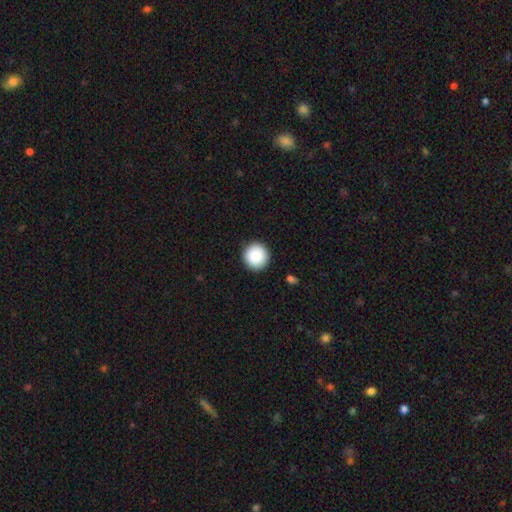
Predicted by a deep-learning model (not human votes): smooth-or-featured: smooth: 87% | star or artifact: 8% | featured or disk: 5%
  how-rounded: round: 95% | in between: 4% | cigar-shaped: 1%
  merging: none: 92% | minor disturbance: 5% | major disturbance: 1% | merger: 1%